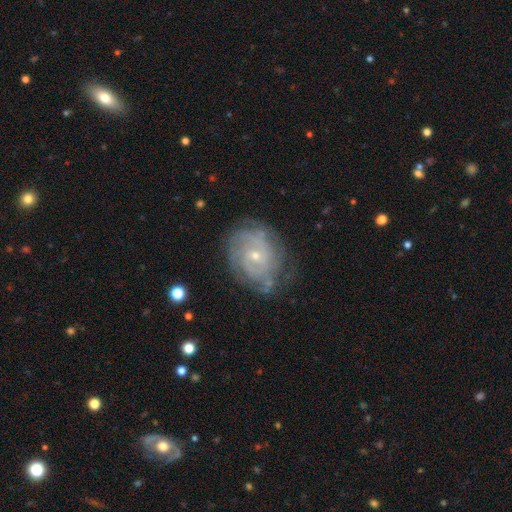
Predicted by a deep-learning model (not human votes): Smooth or featured: featured or disk — 80% (smooth — 13%)
Edge-on disk: no — 97% (yes — 3%)
Bar: no — 69% (weak — 26%)
Spiral arms: yes — 90% (no — 10%)
Spiral winding: tight — 68% (medium — 25%)
Spiral arm count: can't tell — 45% (2 — 20%)
Bulge size: small — 70% (moderate — 27%)
Merging: none — 69% (minor disturbance — 21%)